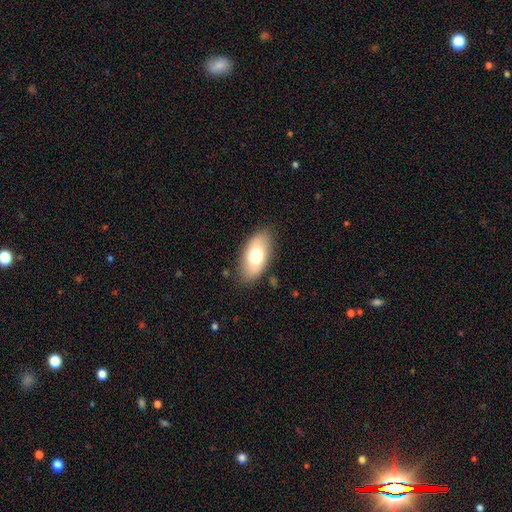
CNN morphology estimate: This appears to be a smooth galaxy with no disk features (69%) that is in between round and cigar-shaped (92%). Merging: none (83%).